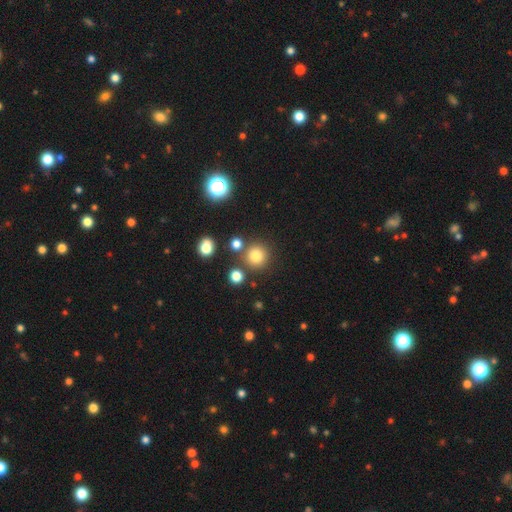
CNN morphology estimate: Overall: smooth (77%). How rounded: round (93%). Merging: none (81%).